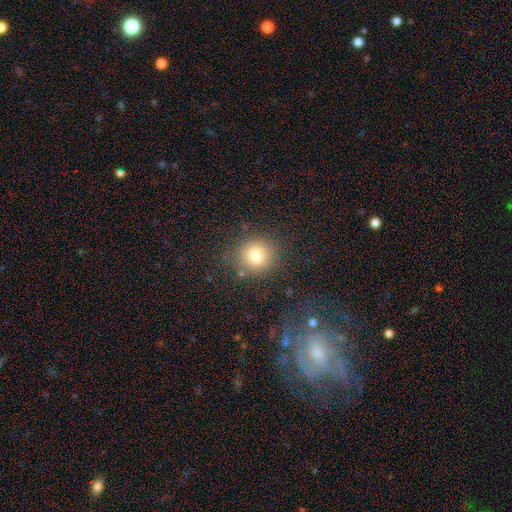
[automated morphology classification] smooth_or_featured: smooth (p=0.77) [alt: star or artifact p=0.13]
how_rounded: round (p=0.87) [alt: in between p=0.12]
merging: none (p=0.82) [alt: minor disturbance p=0.10]